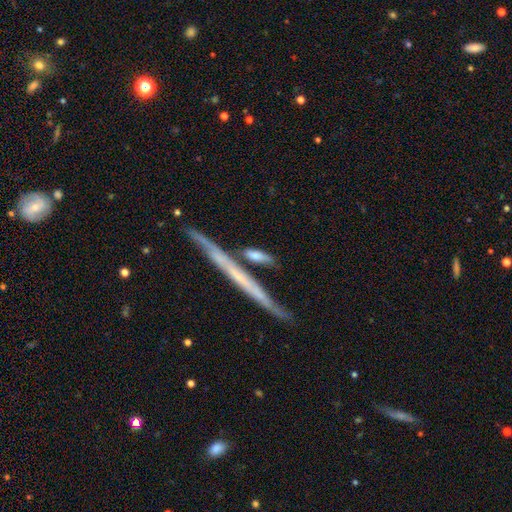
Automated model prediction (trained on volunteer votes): Smooth or featured?
  - smooth: 63% *
  - featured or disk: 30%
  - star or artifact: 7%
How rounded?
  - cigar-shaped: 57% *
  - in between: 38%
  - round: 5%
Merging?
  - none: 64% *
  - minor disturbance: 17%
  - merger: 13%
  - major disturbance: 5%